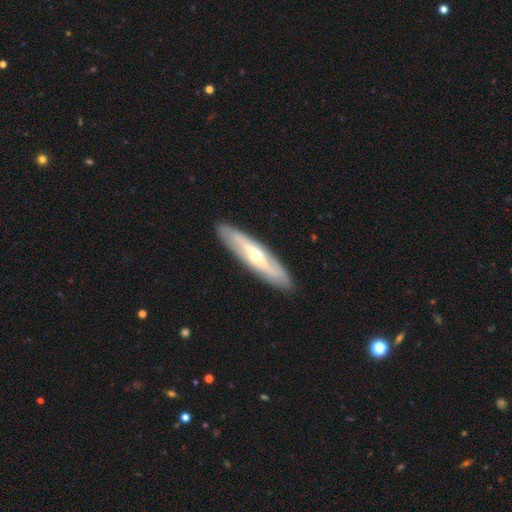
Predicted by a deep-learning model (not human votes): featured or disk 71%, smooth 24%, star or artifact 5%. Down the decision tree: edge-on disk — no (51%); merging — none (89%).